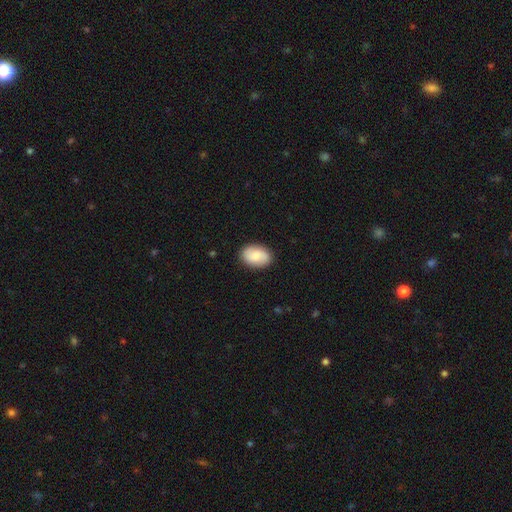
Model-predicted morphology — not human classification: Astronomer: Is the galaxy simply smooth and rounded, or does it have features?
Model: smooth — 71%.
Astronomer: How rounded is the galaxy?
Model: in between — 85%.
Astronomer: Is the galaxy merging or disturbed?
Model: none — 87%.